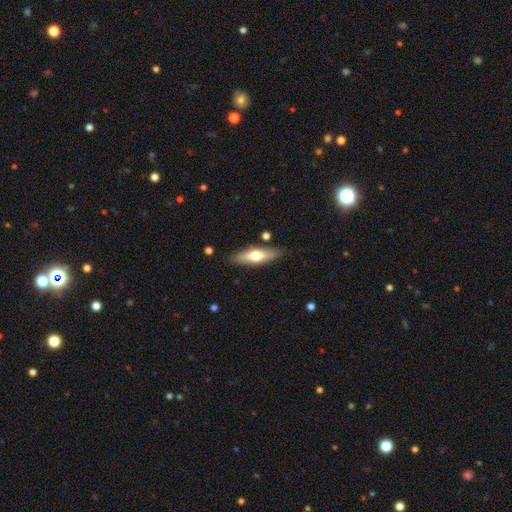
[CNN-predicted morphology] A smooth galaxy with no disk features (56%) that is cigar-shaped (54%).

Vote fractions:
- Smooth or featured? smooth: 56% / featured or disk: 38% / star or artifact: 6%
- How rounded? cigar-shaped: 54% / in between: 44% / round: 2%
- Merging? none: 84% / minor disturbance: 11% / merger: 3% / major disturbance: 2%